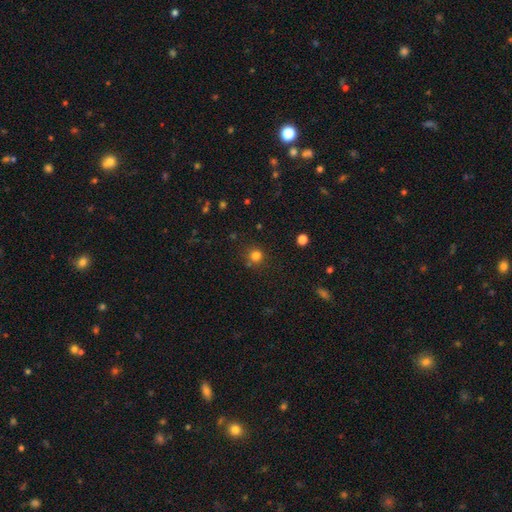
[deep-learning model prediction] Overall: smooth (80%). How rounded: round (89%). Merging: none (78%).